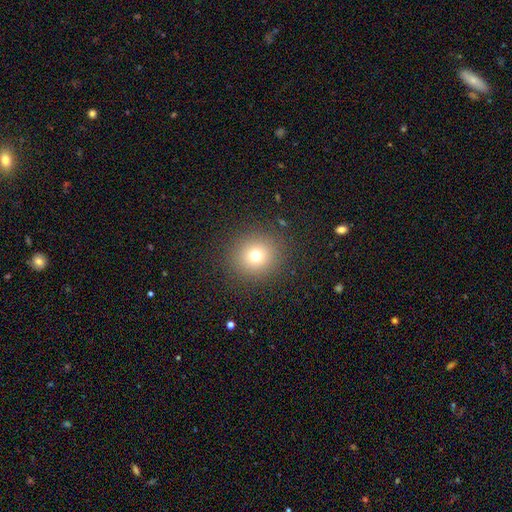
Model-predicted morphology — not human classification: smooth_or_featured: smooth (p=0.72) [alt: star or artifact p=0.18]
how_rounded: round (p=0.90) [alt: in between p=0.09]
merging: none (p=0.89) [alt: minor disturbance p=0.06]